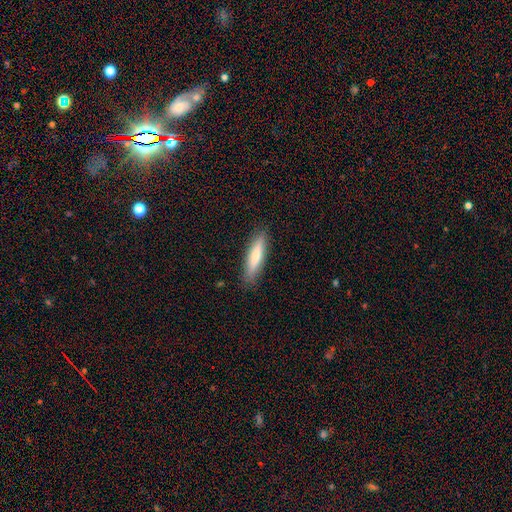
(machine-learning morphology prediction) Q: Smooth or featured?
A: smooth (72%); runner-up: featured or disk (22%)
Q: How rounded?
A: cigar-shaped (80%); runner-up: in between (19%)
Q: Merging?
A: none (87%); runner-up: minor disturbance (9%)